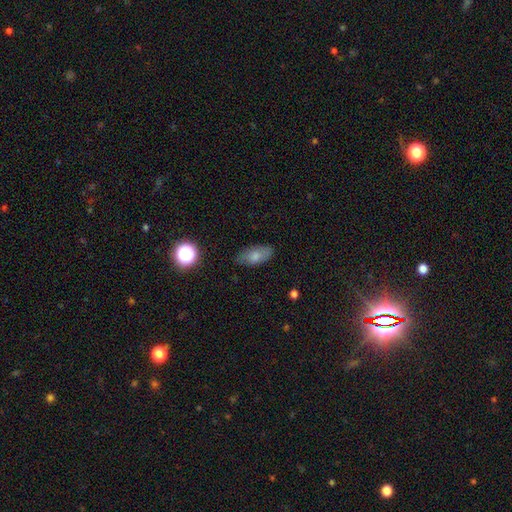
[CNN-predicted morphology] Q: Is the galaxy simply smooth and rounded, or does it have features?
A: smooth — 74%.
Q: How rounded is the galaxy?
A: in between — 88%.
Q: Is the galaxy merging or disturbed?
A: none — 78%.